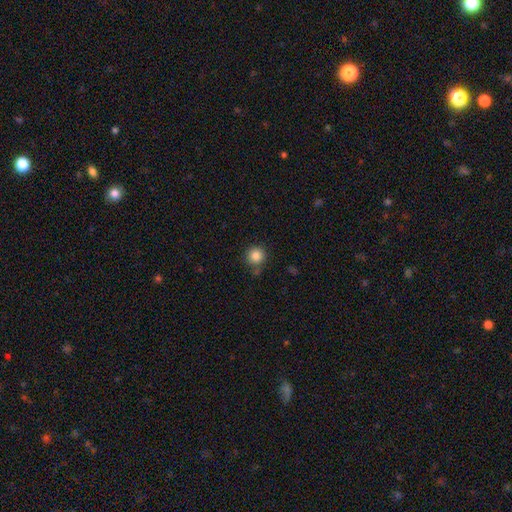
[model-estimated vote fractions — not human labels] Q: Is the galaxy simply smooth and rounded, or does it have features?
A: smooth — 85%.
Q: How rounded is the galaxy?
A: round — 94%.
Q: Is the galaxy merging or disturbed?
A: none — 80%.